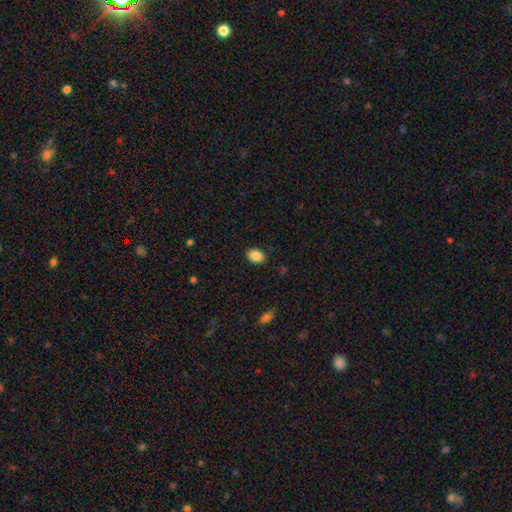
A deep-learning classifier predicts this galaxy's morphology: Q: Smooth or featured?
A: smooth (86%); runner-up: star or artifact (8%)
Q: How rounded?
A: in between (80%); runner-up: round (19%)
Q: Merging?
A: none (87%); runner-up: minor disturbance (10%)